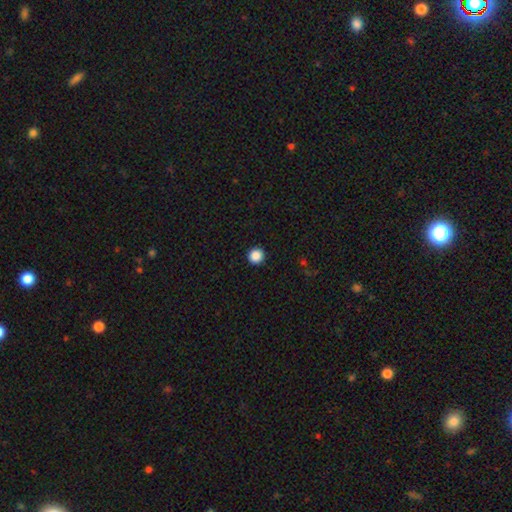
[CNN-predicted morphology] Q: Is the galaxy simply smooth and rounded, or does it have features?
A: smooth — 88%.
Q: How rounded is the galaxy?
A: round — 96%.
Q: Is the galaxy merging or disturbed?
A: none — 93%.